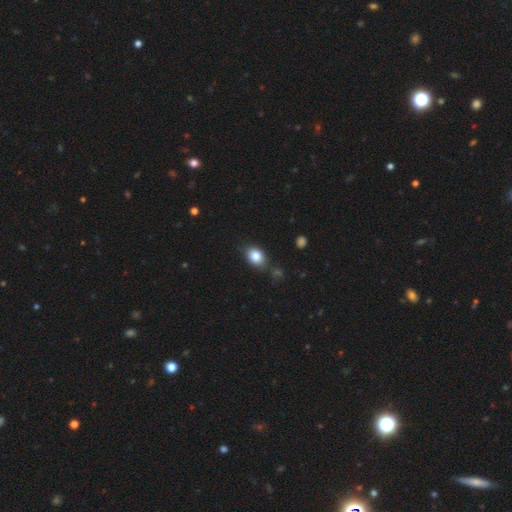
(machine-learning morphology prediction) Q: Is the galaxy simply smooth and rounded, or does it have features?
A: smooth — 82%.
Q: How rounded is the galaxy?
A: in between — 67%.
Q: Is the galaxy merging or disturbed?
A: none — 75%.